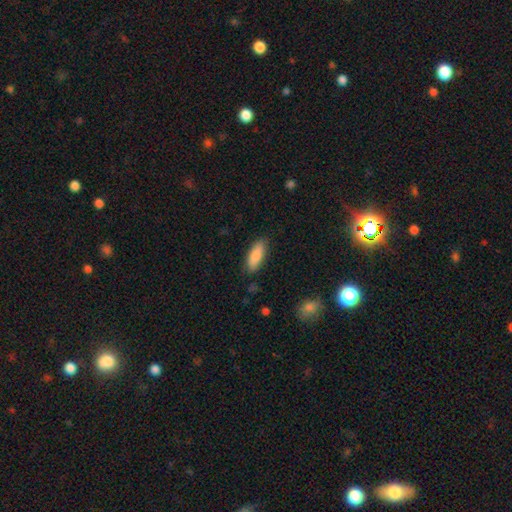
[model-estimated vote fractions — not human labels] smooth_or_featured: smooth (p=0.87) [alt: featured or disk p=0.07]
how_rounded: in between (p=0.65) [alt: cigar-shaped p=0.34]
merging: none (p=0.84) [alt: minor disturbance p=0.12]